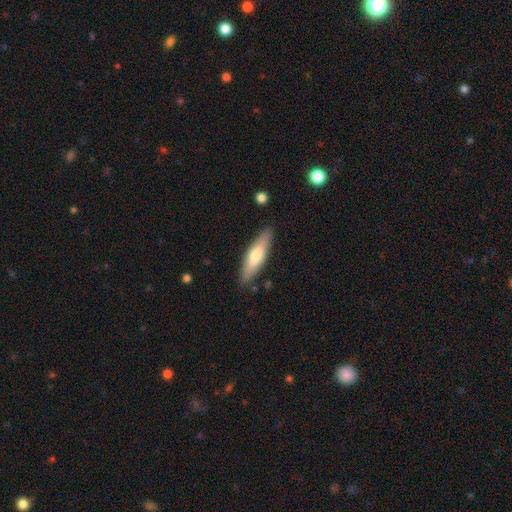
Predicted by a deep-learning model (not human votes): This appears to be a smooth galaxy with no disk features (65%) that is cigar-shaped (65%). Merging: none (86%).